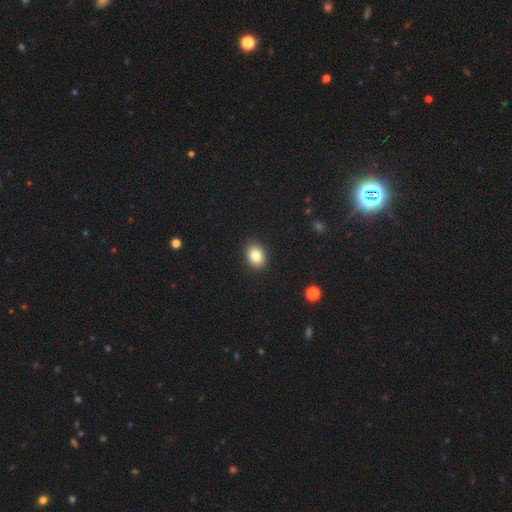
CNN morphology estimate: type=smooth (83%); roundness=in between (66%); merging=none (90%).